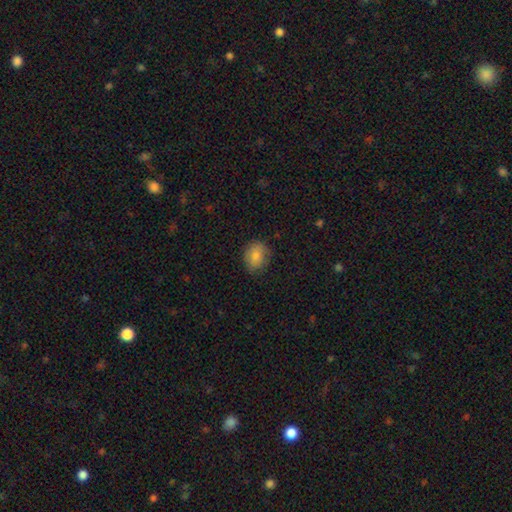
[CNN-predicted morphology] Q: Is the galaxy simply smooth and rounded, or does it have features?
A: smooth — 83%.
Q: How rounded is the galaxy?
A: round — 57%.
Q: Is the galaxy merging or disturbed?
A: none — 78%.